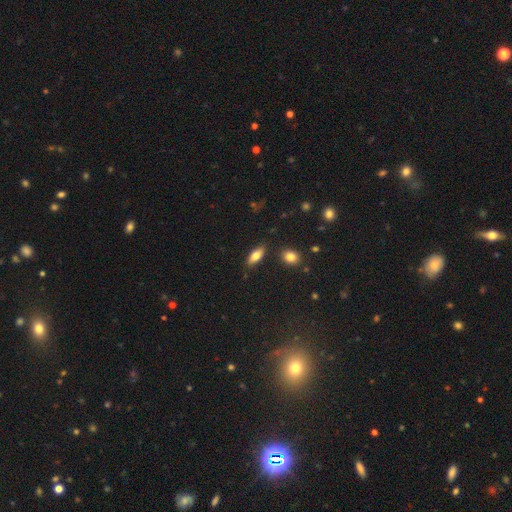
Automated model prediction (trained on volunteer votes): Q: Smooth or featured?
A: smooth (74%); runner-up: featured or disk (19%)
Q: How rounded?
A: in between (77%); runner-up: cigar-shaped (20%)
Q: Merging?
A: none (85%); runner-up: minor disturbance (10%)